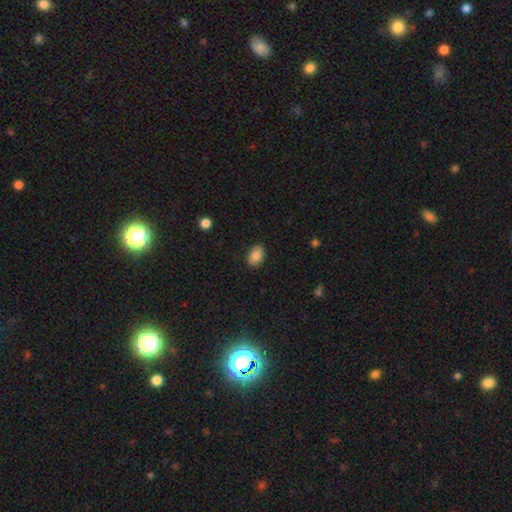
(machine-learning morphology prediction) Smooth or featured? Predicted: smooth (p=0.83). How rounded? Predicted: in between (p=0.79). Merging? Predicted: none (p=0.87).